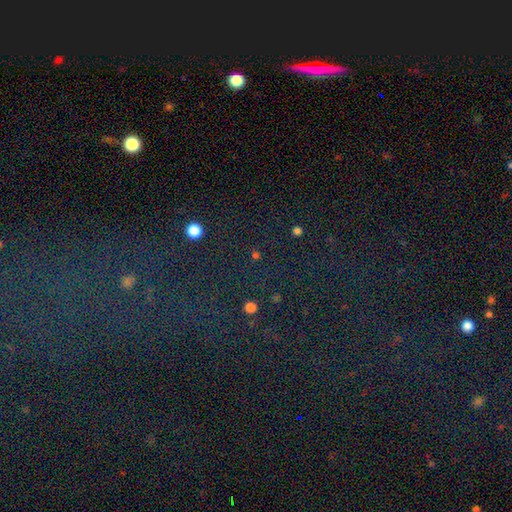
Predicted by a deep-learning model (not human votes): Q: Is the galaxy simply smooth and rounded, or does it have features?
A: star or artifact — 65%.